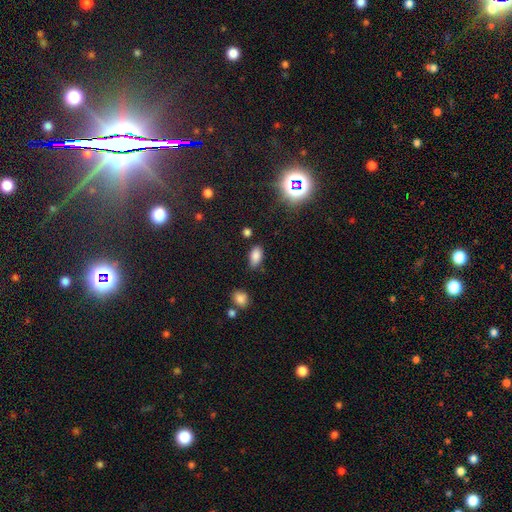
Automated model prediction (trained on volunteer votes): Smooth or featured: smooth — 81% (star or artifact — 13%)
How rounded: in between — 91% (round — 5%)
Merging: none — 76% (minor disturbance — 17%)